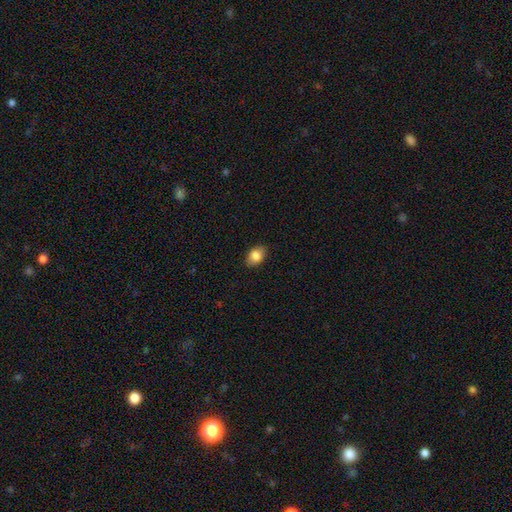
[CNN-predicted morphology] A smooth galaxy with no disk features (84%) that is in between round and cigar-shaped (80%). Merging: none (86%).